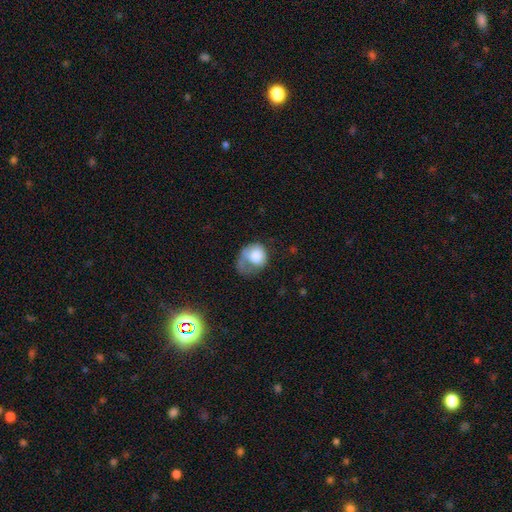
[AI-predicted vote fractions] smooth-or-featured: smooth: 69% | featured or disk: 23% | star or artifact: 8%
  how-rounded: round: 60% | in between: 39% | cigar-shaped: 1%
  merging: major disturbance: 51% | minor disturbance: 25% | none: 19% | merger: 6%